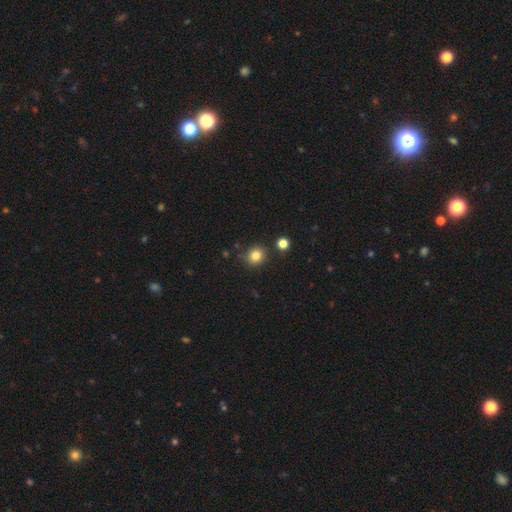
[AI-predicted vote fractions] This appears to be a smooth galaxy with no disk features (81%) that is round (86%). Merging: none (82%).